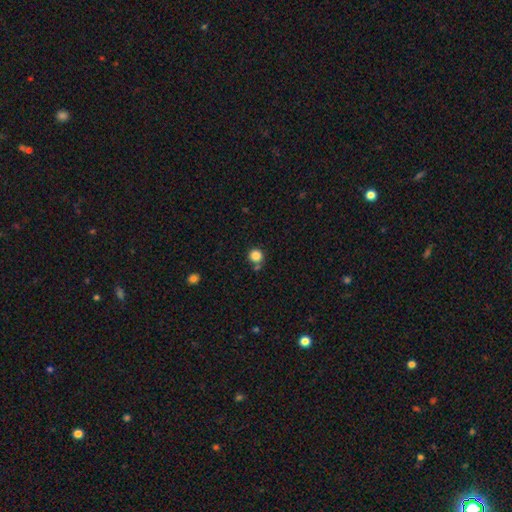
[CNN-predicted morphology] This appears to be a smooth galaxy with no disk features (85%) that is round (92%). Merging: none (72%).